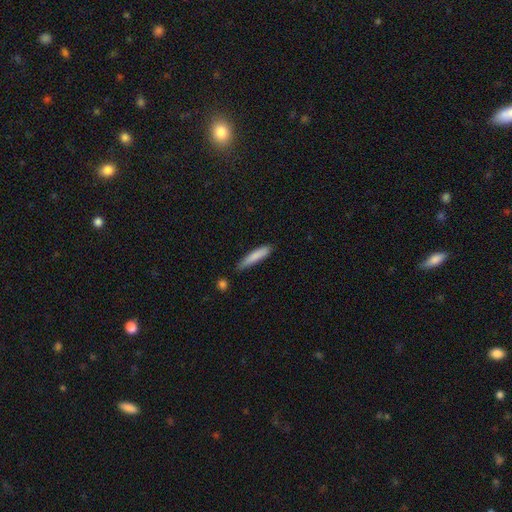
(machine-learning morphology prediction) smooth_or_featured: smooth (p=0.82) [alt: featured or disk p=0.12]
how_rounded: cigar-shaped (p=0.87) [alt: in between p=0.11]
merging: none (p=0.77) [alt: minor disturbance p=0.17]